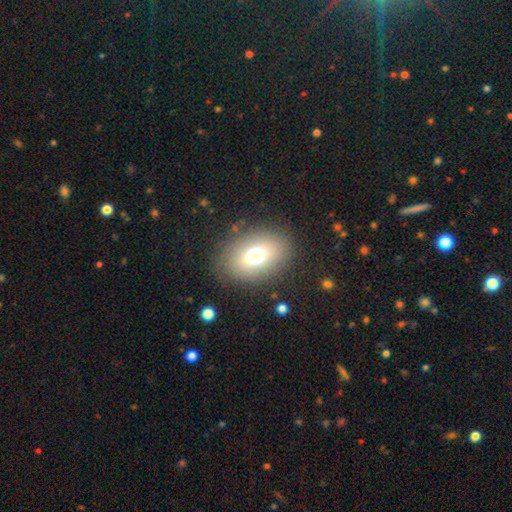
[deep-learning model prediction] This is likely a smooth galaxy (71%). How rounded: likely in between (71%). Merging: clearly none (83%).